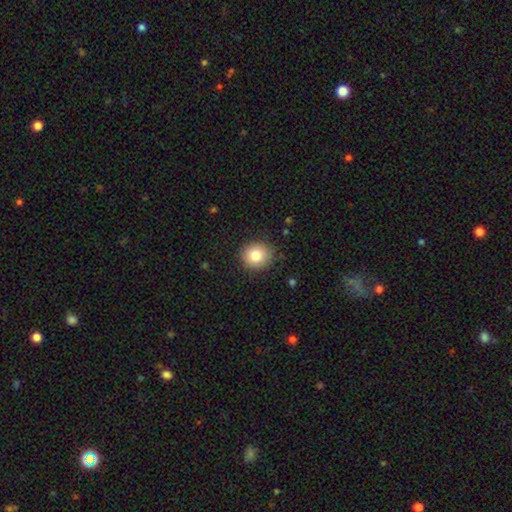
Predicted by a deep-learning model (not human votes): smooth 82%, star or artifact 9%, featured or disk 9%. Down the decision tree: how rounded — round (83%); merging — none (87%).